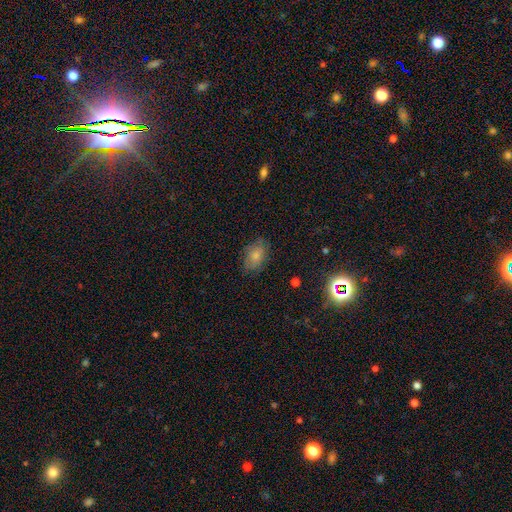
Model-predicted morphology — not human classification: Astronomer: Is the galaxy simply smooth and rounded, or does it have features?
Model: smooth — 76%.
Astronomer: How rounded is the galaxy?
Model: in between — 85%.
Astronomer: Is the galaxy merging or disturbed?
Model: none — 76%.